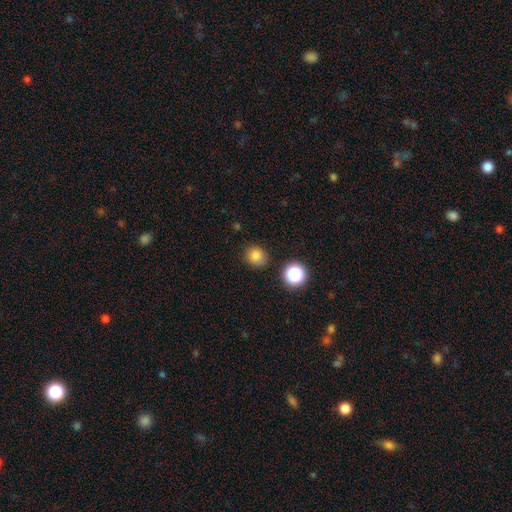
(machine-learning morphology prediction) A smooth galaxy with no disk features (81%) that is round (82%).

Vote fractions:
- Smooth or featured? smooth: 81% / star or artifact: 14% / featured or disk: 5%
- How rounded? round: 82% / in between: 17% / cigar-shaped: 1%
- Merging? none: 87% / minor disturbance: 8% / major disturbance: 2% / merger: 2%